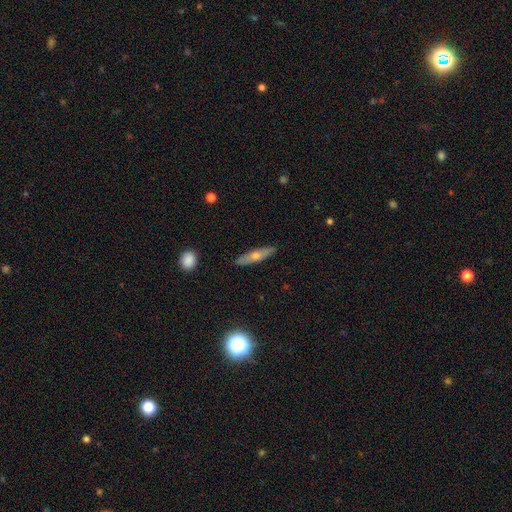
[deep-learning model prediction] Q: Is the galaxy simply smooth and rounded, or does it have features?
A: featured or disk — 47%.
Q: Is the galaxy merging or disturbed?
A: none — 88%.